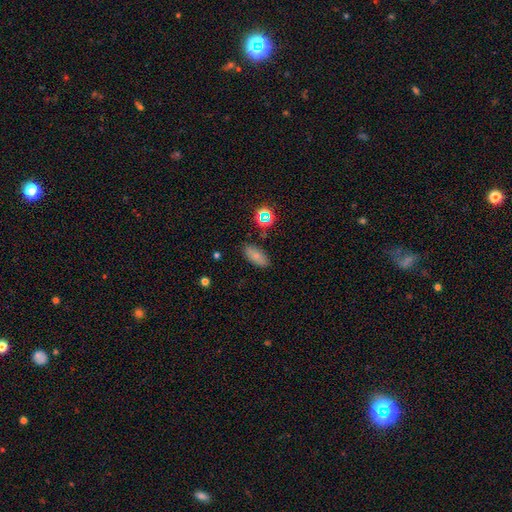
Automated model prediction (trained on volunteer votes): Smooth or featured: smooth — 76% (star or artifact — 12%)
How rounded: in between — 87% (cigar-shaped — 9%)
Merging: none — 83% (minor disturbance — 12%)